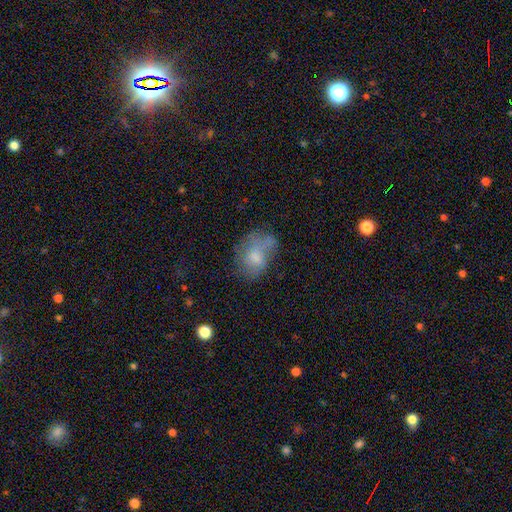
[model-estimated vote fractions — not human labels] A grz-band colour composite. It shows a smooth galaxy with no disk features (61%) that is in between round and cigar-shaped (73%). Merging: none (37%).